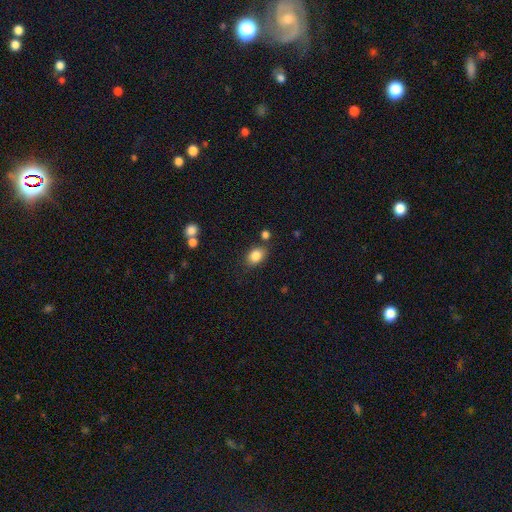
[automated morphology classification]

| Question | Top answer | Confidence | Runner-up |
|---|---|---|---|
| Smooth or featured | smooth | 85% | star or artifact (9%) |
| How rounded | in between | 71% | round (27%) |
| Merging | none | 76% | minor disturbance (14%) |